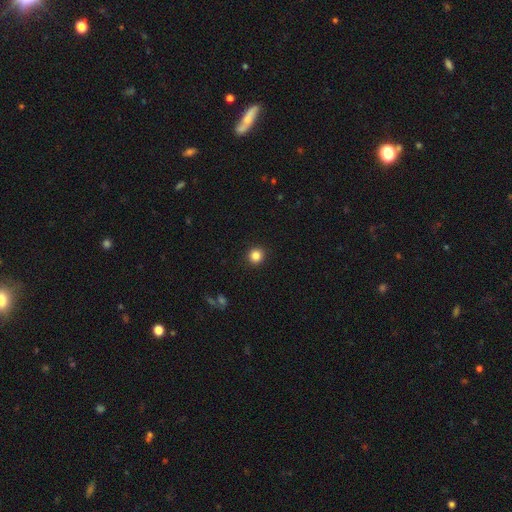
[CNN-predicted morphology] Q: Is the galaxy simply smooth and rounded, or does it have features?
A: smooth — 84%.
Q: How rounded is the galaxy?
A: round — 92%.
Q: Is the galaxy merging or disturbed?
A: none — 92%.